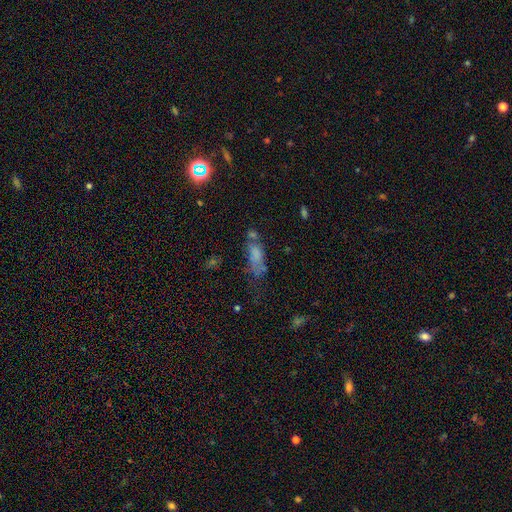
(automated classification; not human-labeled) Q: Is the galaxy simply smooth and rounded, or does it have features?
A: smooth — 60%.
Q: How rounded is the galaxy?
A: in between — 63%.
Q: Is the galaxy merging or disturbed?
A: none — 35%.